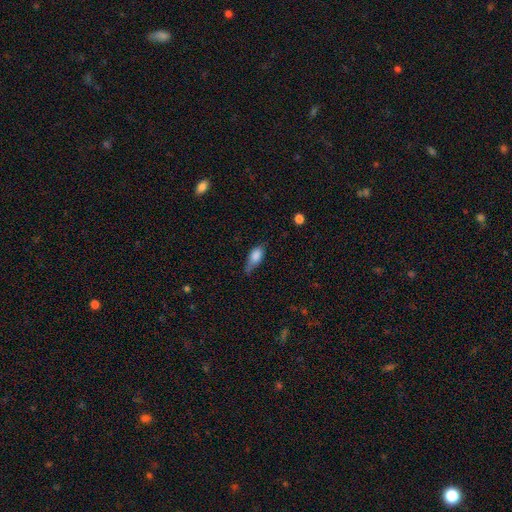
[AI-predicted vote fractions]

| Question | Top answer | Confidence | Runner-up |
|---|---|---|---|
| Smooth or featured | smooth | 77% | featured or disk (15%) |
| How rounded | in between | 80% | cigar-shaped (15%) |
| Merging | minor disturbance | 42% | none (40%) |